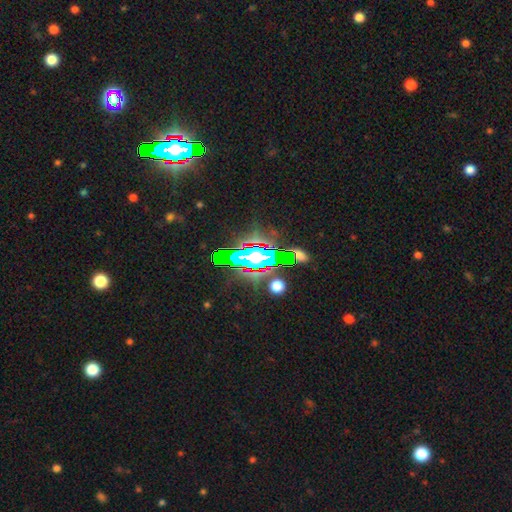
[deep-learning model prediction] Smooth or featured? Predicted: star or artifact (p=0.67).